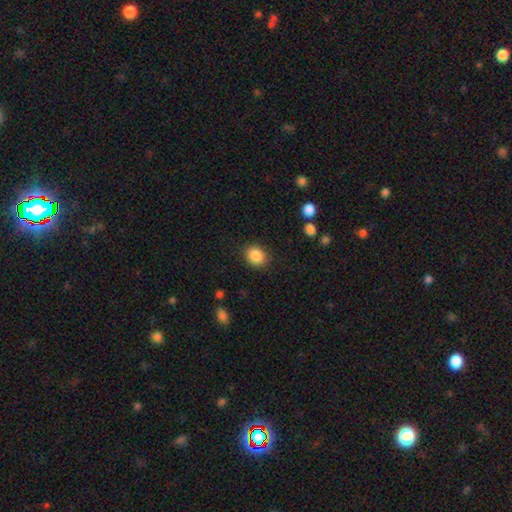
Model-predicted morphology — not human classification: smooth_or_featured: smooth (p=0.87) [alt: star or artifact p=0.09]
how_rounded: round (p=0.62) [alt: in between p=0.37]
merging: none (p=0.87) [alt: minor disturbance p=0.09]